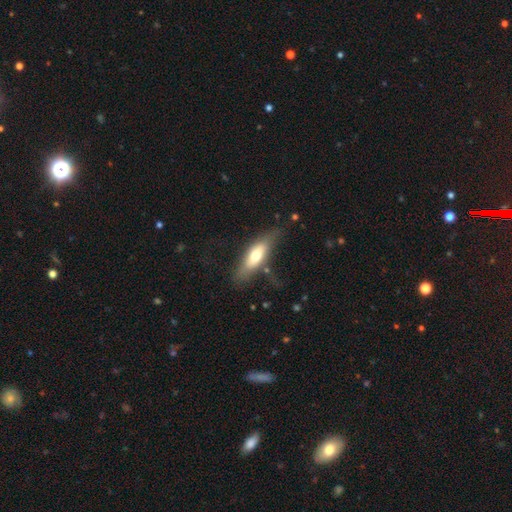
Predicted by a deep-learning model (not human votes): smooth 60%, featured or disk 34%, star or artifact 6%. Down the decision tree: how rounded — in between (58%); merging — none (65%).